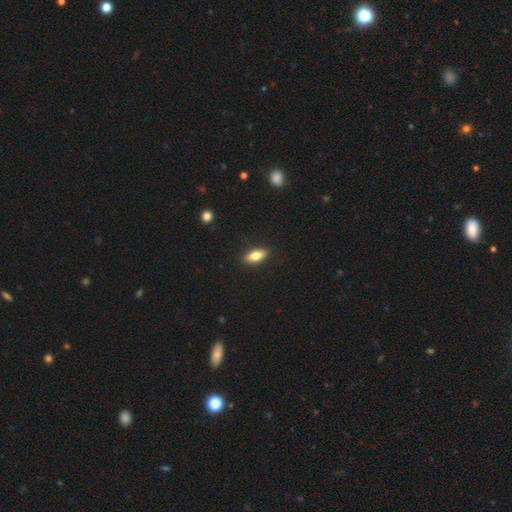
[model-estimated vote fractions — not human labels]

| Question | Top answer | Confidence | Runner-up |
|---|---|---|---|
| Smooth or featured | smooth | 78% | featured or disk (15%) |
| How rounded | in between | 82% | cigar-shaped (15%) |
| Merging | none | 89% | minor disturbance (8%) |